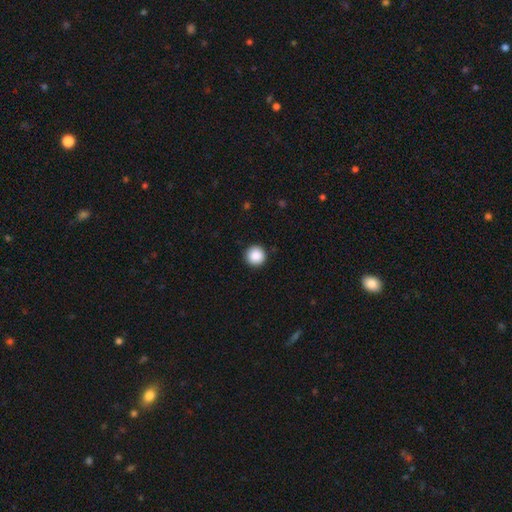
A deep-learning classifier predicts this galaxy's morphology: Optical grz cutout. It shows a smooth galaxy with no disk features (89%) that is round (96%). Merging: none (93%).